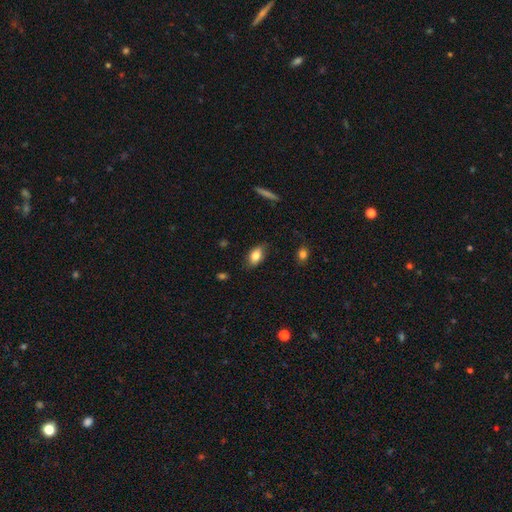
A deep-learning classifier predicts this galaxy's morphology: Smooth or featured? smooth (81%)
How rounded? in between (89%)
Merging? none (79%)